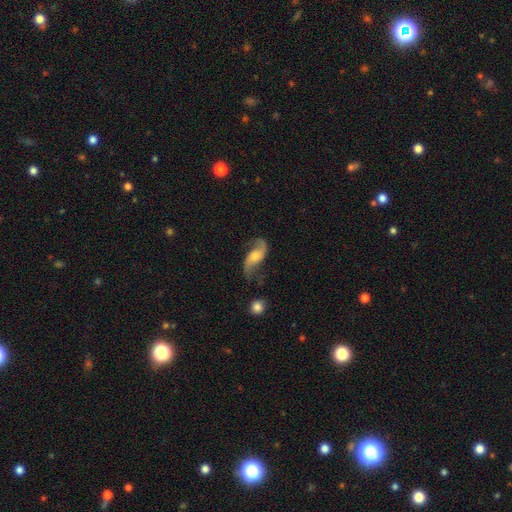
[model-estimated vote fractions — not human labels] The model was most divided on "bulge size": moderate: 43%, small: 34%, none: 11%, large: 10%, dominant: 2%. More confident: spiral arms — yes (95%); edge-on disk — no (95%); spiral arm count — 2 (92%); smooth or featured — featured or disk (82%); spiral winding — loose (79%); merging — none (66%); bar — no (55%).